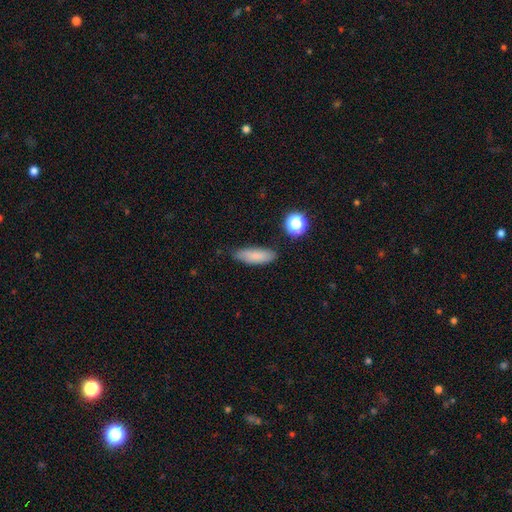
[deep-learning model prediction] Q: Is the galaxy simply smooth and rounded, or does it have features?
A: smooth — 82%.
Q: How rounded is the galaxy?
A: in between — 58%.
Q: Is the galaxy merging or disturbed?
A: none — 80%.